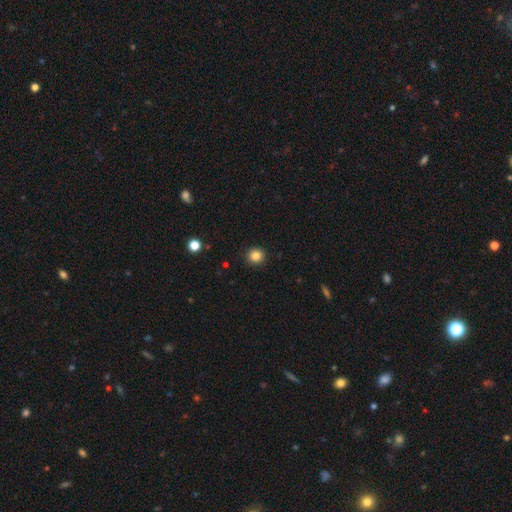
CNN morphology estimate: Smooth or featured?
  - smooth: 85% *
  - star or artifact: 11%
  - featured or disk: 4%
How rounded?
  - round: 90% *
  - in between: 9%
  - cigar-shaped: 1%
Merging?
  - none: 92% *
  - minor disturbance: 5%
  - major disturbance: 2%
  - merger: 1%